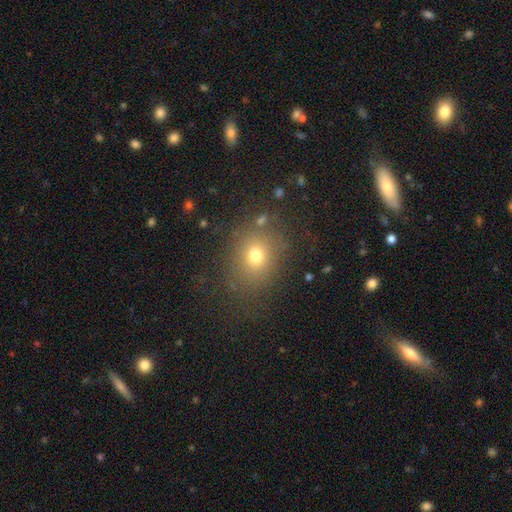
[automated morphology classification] Overall: smooth (71%). How rounded: round (60%; in between 39%). Merging: none (77%).